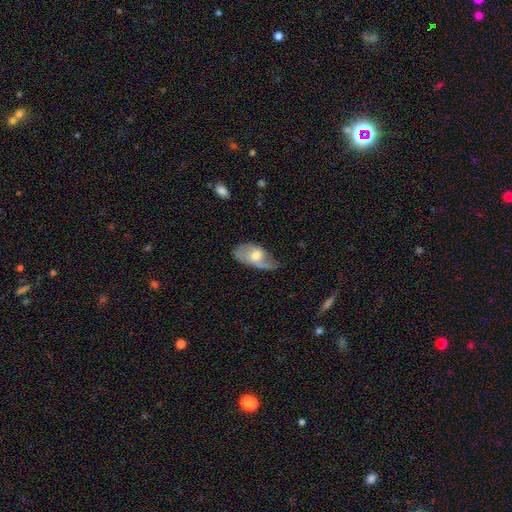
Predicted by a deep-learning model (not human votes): Smooth or featured: featured or disk — 60% (smooth — 34%)
Edge-on disk: no — 92% (yes — 8%)
Bar: no — 60% (weak — 33%)
Spiral arms: yes — 75% (no — 25%)
Bulge size: moderate — 68% (small — 19%)
Merging: none — 43% (minor disturbance — 33%)